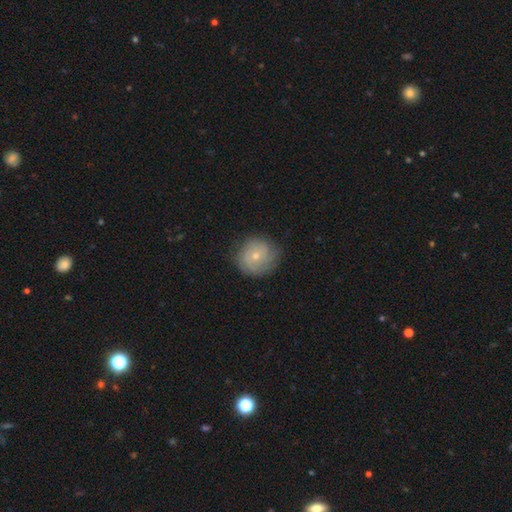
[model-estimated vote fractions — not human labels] smooth_or_featured: featured or disk (p=0.47) [alt: smooth p=0.44]
merging: none (p=0.76) [alt: minor disturbance p=0.17]